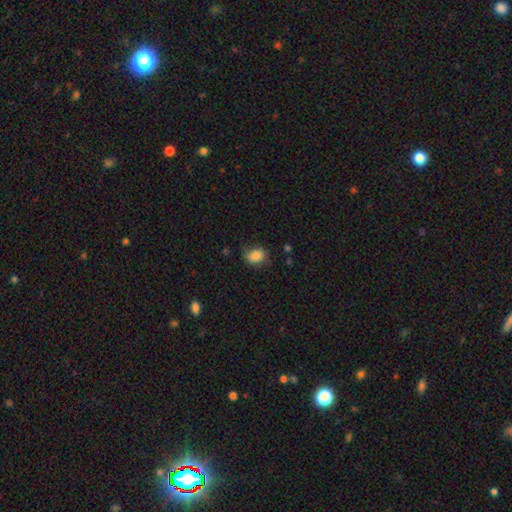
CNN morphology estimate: Overall: smooth (83%). How rounded: in between (68%; round 31%). Merging: none (68%).